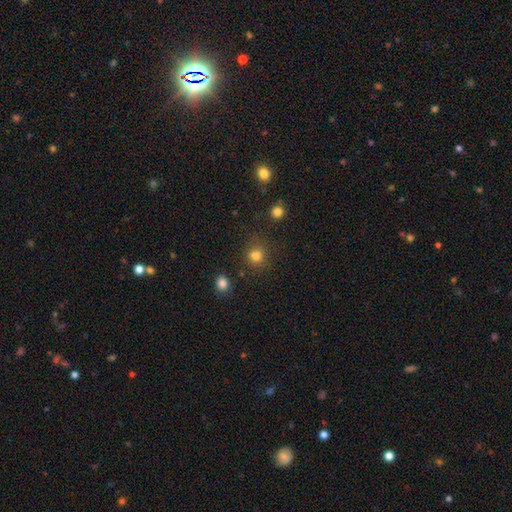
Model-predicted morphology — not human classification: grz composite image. It shows a smooth galaxy with no disk features (78%) that is round (80%). Merging: none (67%).